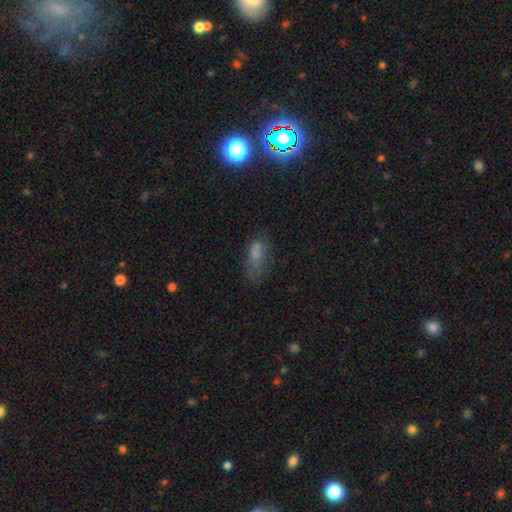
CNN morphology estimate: The model was most divided on "merging": none: 49%, minor disturbance: 26%, major disturbance: 18%, merger: 6%. More confident: how rounded — in between (73%); smooth or featured — smooth (55%).